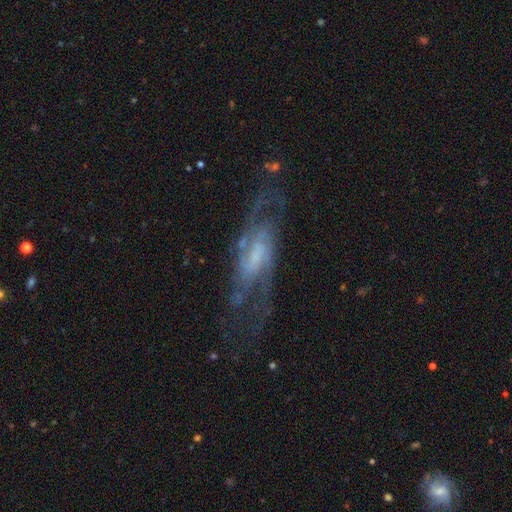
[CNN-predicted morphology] A featured or disk galaxy (85%) with a weak bar (51%), 2 (66%) medium (52%) spiral arms (95%) and a small central bulge (46%). Merging: none (70%).